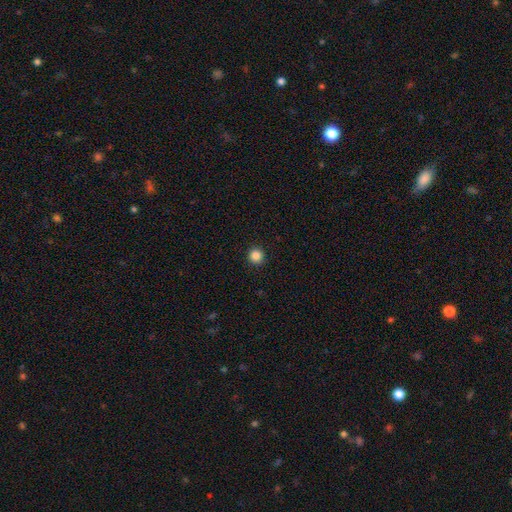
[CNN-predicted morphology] Smooth or featured? Predicted: smooth (p=0.86). How rounded? Predicted: round (p=0.95). Merging? Predicted: none (p=0.93).